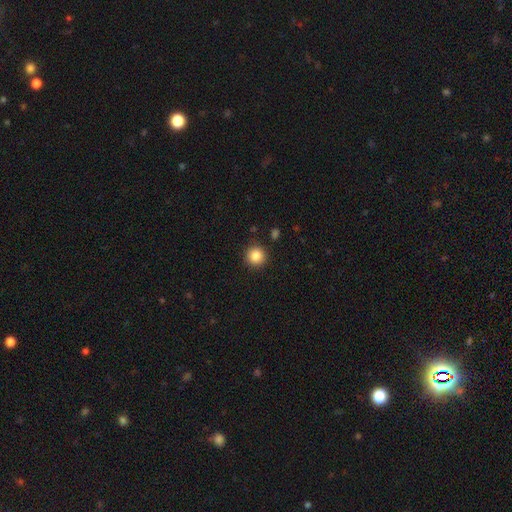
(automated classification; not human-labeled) Smooth or featured: smooth — 86% (star or artifact — 10%)
How rounded: round — 94% (in between — 5%)
Merging: none — 91% (minor disturbance — 6%)